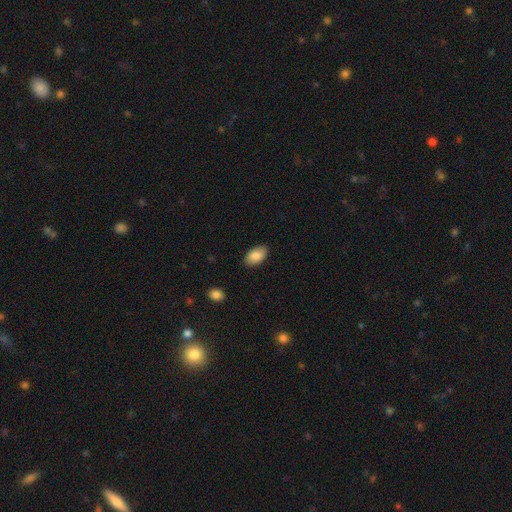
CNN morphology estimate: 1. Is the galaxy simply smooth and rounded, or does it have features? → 86% smooth, 7% featured or disk, 7% star or artifact.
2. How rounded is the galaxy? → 94% in between, 5% round, 1% cigar-shaped.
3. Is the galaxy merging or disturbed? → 88% none, 9% minor disturbance, 2% major disturbance, 1% merger.